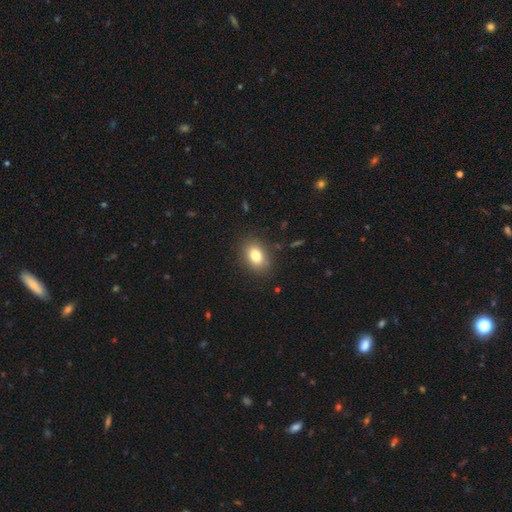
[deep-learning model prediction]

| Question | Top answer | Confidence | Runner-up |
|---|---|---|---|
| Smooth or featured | smooth | 81% | star or artifact (10%) |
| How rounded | in between | 75% | round (24%) |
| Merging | none | 85% | minor disturbance (10%) |